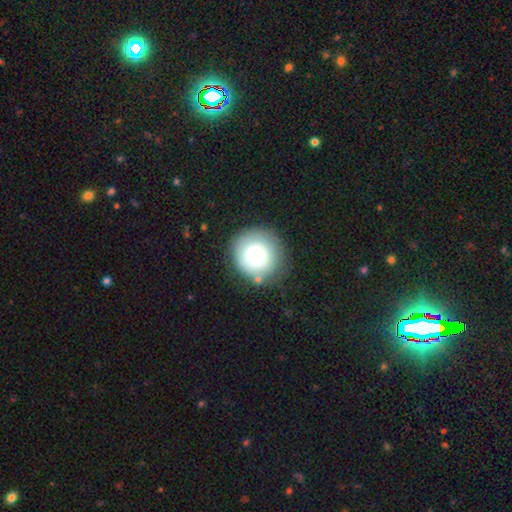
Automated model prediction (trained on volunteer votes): smooth 75%, featured or disk 16%, star or artifact 8%. Down the decision tree: how rounded — round (92%); merging — none (75%).